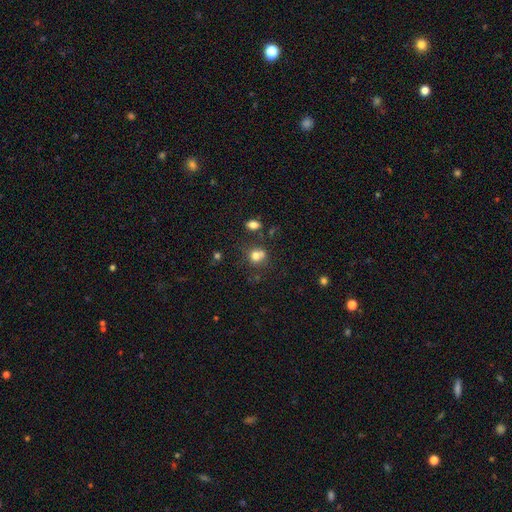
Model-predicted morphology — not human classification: type=smooth (73%); roundness=round (76%); merging=none (46%).